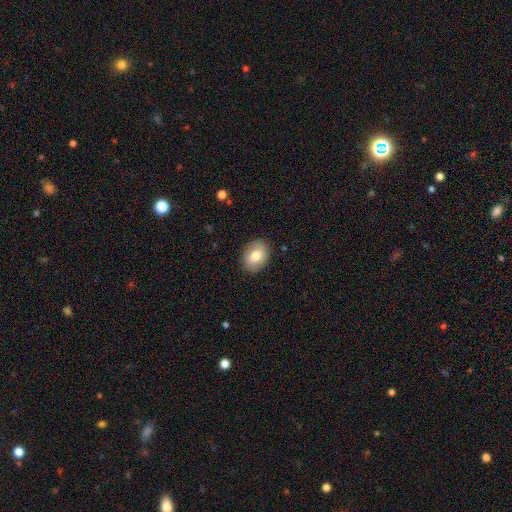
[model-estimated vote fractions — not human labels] smooth 75%, featured or disk 18%, star or artifact 7%. Down the decision tree: how rounded — in between (62%); merging — none (87%).